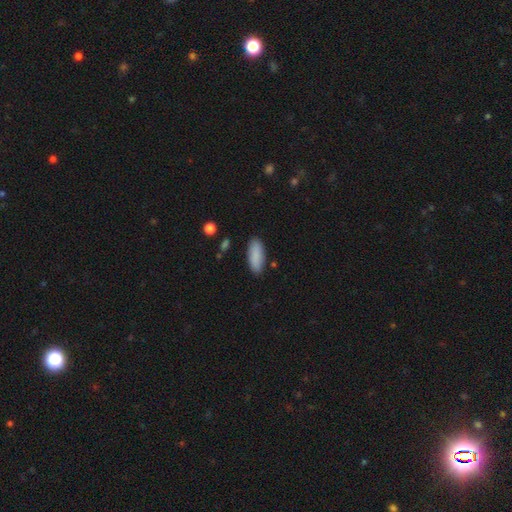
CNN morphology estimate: Q: Smooth or featured?
A: smooth (89%); runner-up: star or artifact (6%)
Q: How rounded?
A: in between (76%); runner-up: cigar-shaped (22%)
Q: Merging?
A: none (86%); runner-up: minor disturbance (10%)